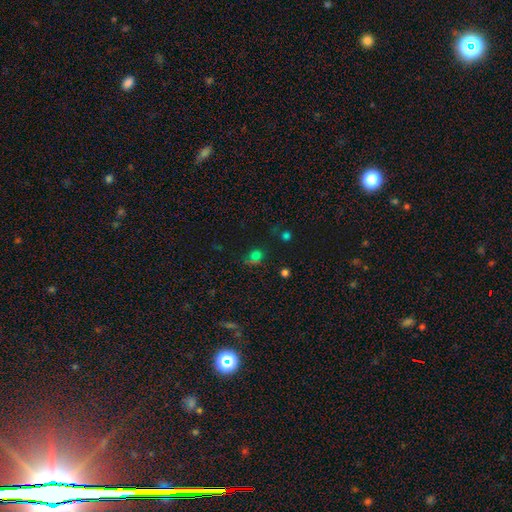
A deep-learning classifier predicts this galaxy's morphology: smooth 55%, star or artifact 37%, featured or disk 9%. Down the decision tree: how rounded — round (76%); merging — none (62%).